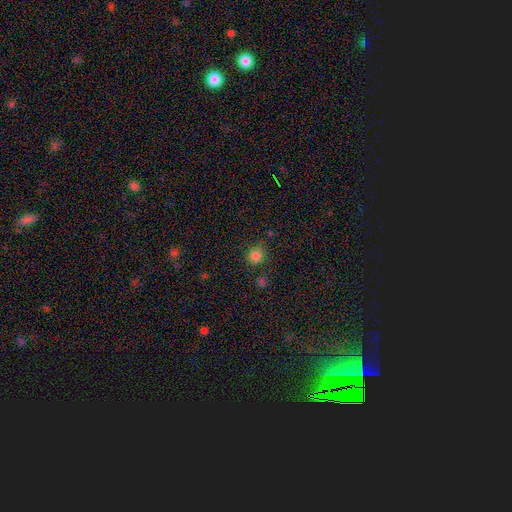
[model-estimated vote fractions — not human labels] Smooth or featured? smooth (82%)
How rounded? round (87%)
Merging? none (81%)